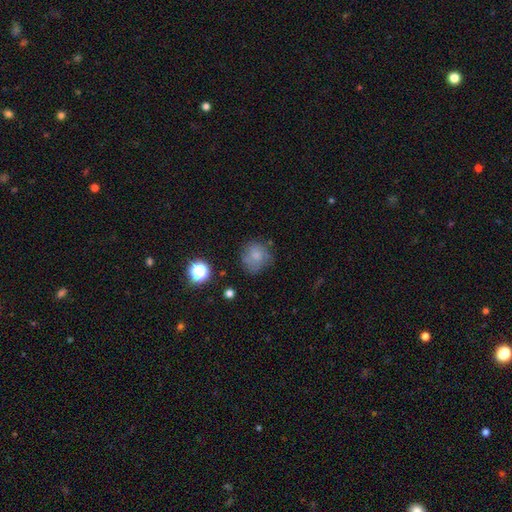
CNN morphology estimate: This appears to be a smooth galaxy with no disk features (69%) that is round (84%). Merging: none (65%).